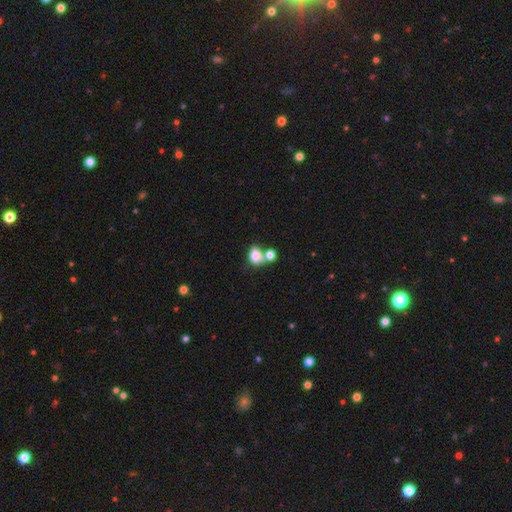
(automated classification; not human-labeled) Overall: smooth (76%). How rounded: in between (63%; round 36%). Merging: merger (48%; none 32%).